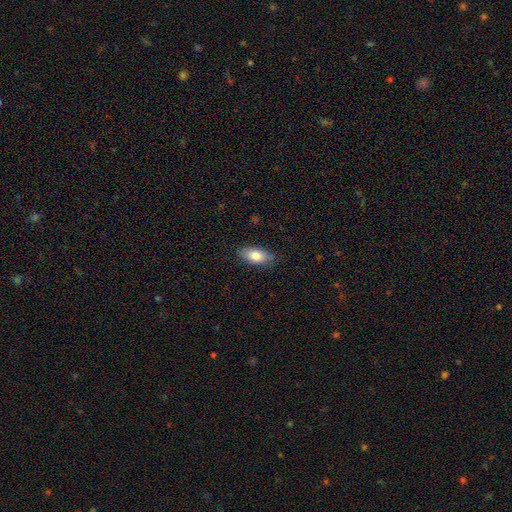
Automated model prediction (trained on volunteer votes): A smooth galaxy with no disk features (82%) that is in between round and cigar-shaped (89%).

Vote fractions:
- Smooth or featured? smooth: 82% / featured or disk: 12% / star or artifact: 7%
- How rounded? in between: 89% / cigar-shaped: 8% / round: 4%
- Merging? none: 83% / minor disturbance: 13% / major disturbance: 3% / merger: 1%